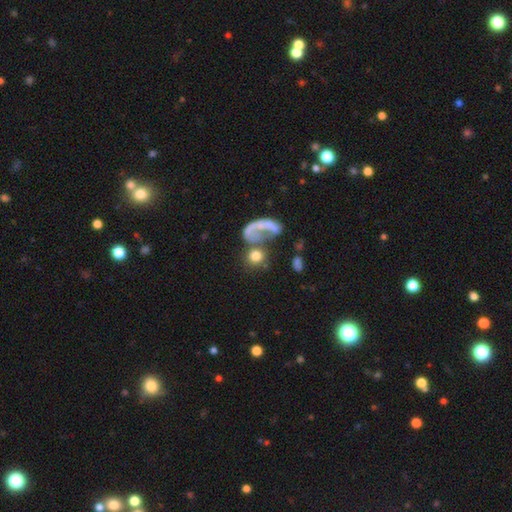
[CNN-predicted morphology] type=smooth (65%); roundness=round (75%); merging=merger (33%, tied with none).